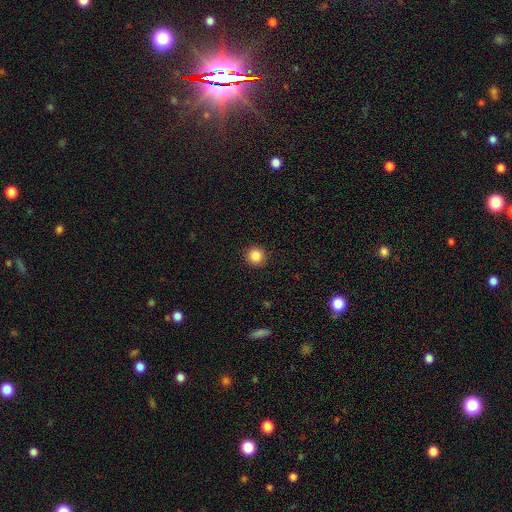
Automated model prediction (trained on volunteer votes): Smooth or featured?
  - smooth: 86% *
  - star or artifact: 10%
  - featured or disk: 4%
How rounded?
  - round: 95% *
  - in between: 4%
  - cigar-shaped: 1%
Merging?
  - none: 92% *
  - minor disturbance: 5%
  - major disturbance: 2%
  - merger: 1%